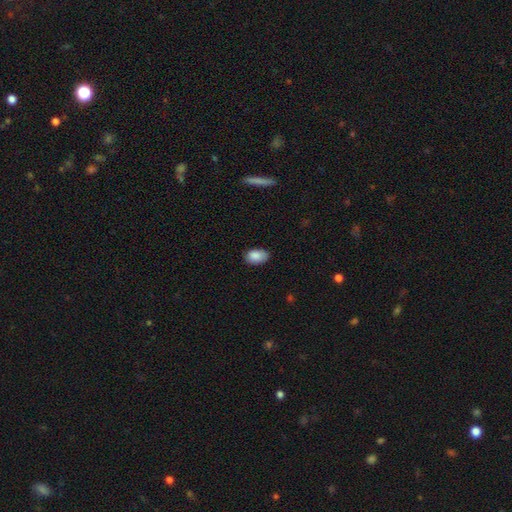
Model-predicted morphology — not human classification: smooth-or-featured: smooth: 88% | star or artifact: 7% | featured or disk: 5%
  how-rounded: in between: 89% | round: 10% | cigar-shaped: 1%
  merging: none: 79% | minor disturbance: 17% | major disturbance: 3% | merger: 1%